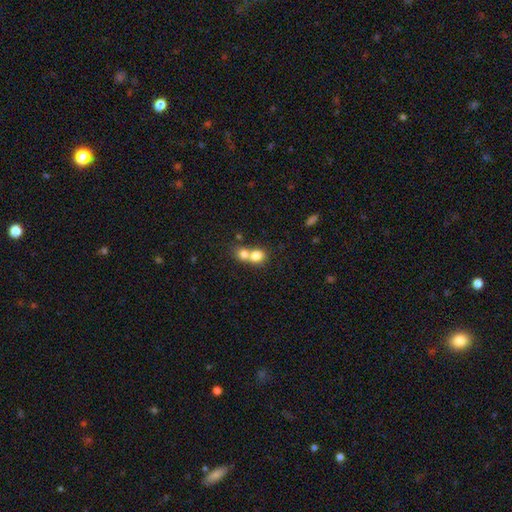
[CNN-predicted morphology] A smooth galaxy with no disk features (77%) that is round (63%).

Vote fractions:
- Smooth or featured? smooth: 77% / featured or disk: 14% / star or artifact: 9%
- How rounded? round: 63% / in between: 36% / cigar-shaped: 1%
- Merging? merger: 67% / none: 25% / minor disturbance: 5% / major disturbance: 3%